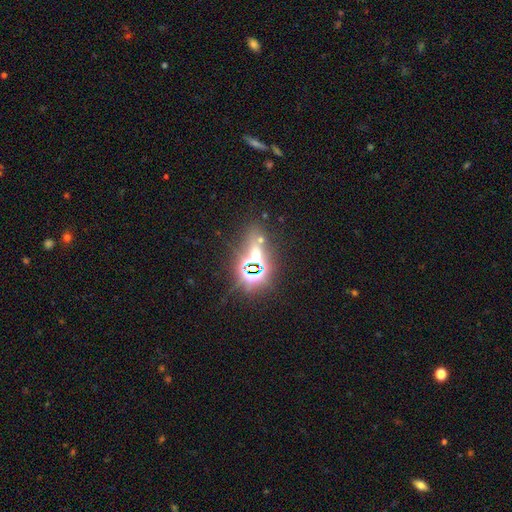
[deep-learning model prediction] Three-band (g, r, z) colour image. It shows a star or artifact, not a galaxy (65%).